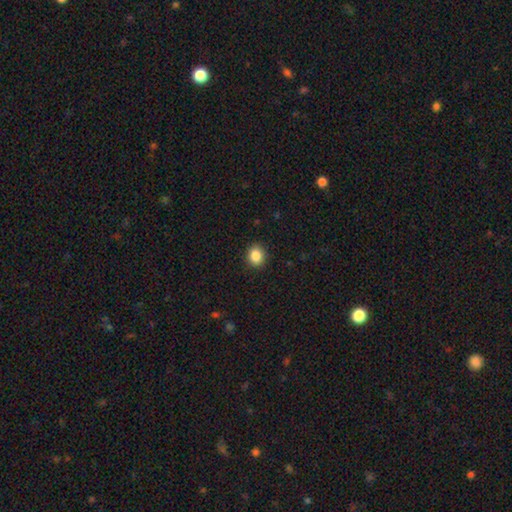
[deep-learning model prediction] smooth_or_featured: smooth (p=0.87) [alt: star or artifact p=0.09]
how_rounded: round (p=0.70) [alt: in between p=0.29]
merging: none (p=0.90) [alt: minor disturbance p=0.07]